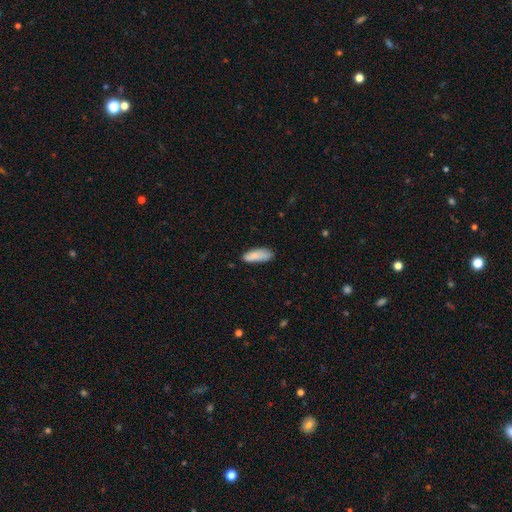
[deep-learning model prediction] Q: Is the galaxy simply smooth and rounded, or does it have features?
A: smooth — 83%.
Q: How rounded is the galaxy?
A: in between — 71%.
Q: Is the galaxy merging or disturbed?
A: none — 71%.